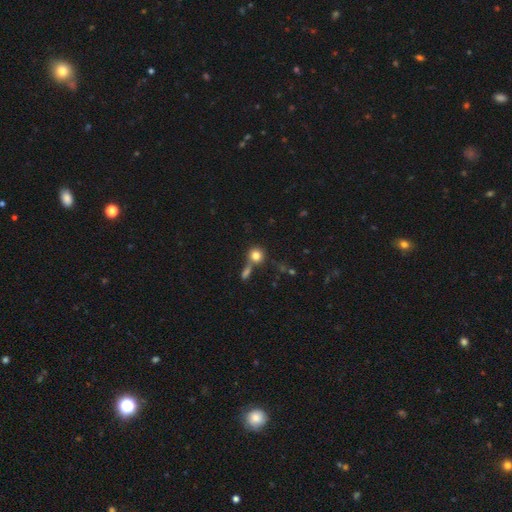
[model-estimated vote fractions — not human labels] Overall: smooth (79%). How rounded: round (89%). Merging: none (58%; merger 27%).